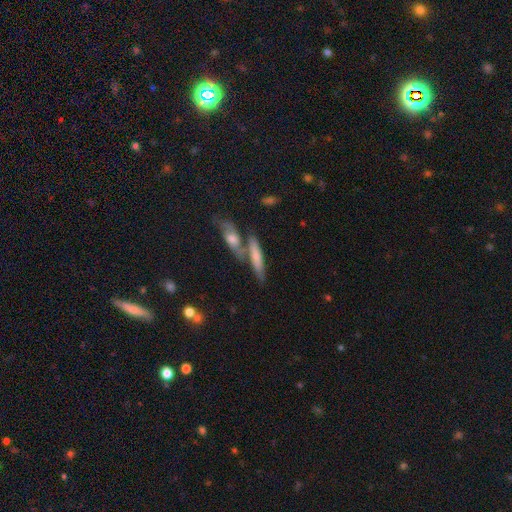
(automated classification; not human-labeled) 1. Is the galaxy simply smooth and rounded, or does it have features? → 60% smooth, 33% featured or disk, 7% star or artifact.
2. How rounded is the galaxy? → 74% cigar-shaped, 23% in between, 3% round.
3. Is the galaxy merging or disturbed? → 47% none, 37% merger, 11% minor disturbance, 4% major disturbance.